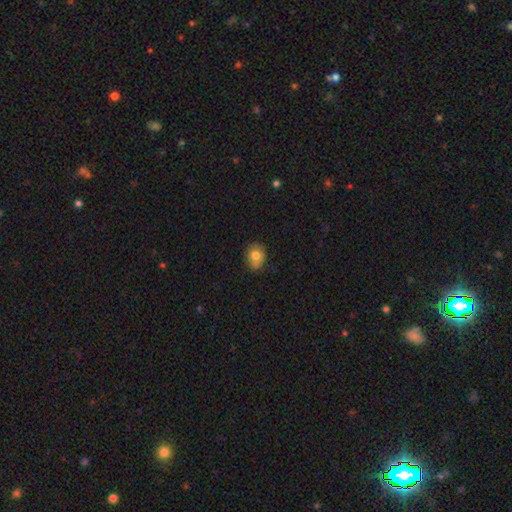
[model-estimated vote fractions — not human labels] Morphology: type=smooth (78%); roundness=round (53%); merging=none (67%).